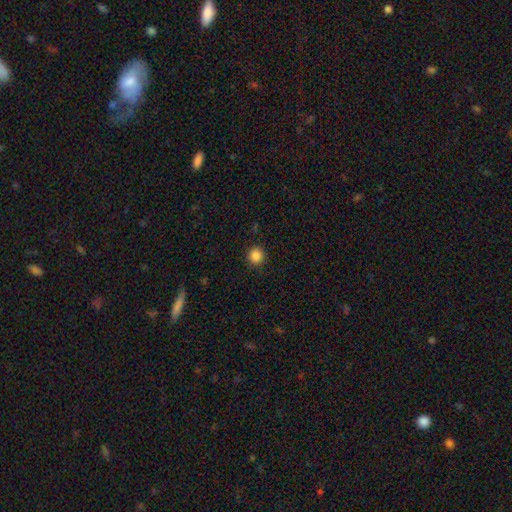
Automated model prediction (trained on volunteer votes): Smooth or featured? Predicted: smooth (p=0.86). How rounded? Predicted: round (p=0.93). Merging? Predicted: none (p=0.92).